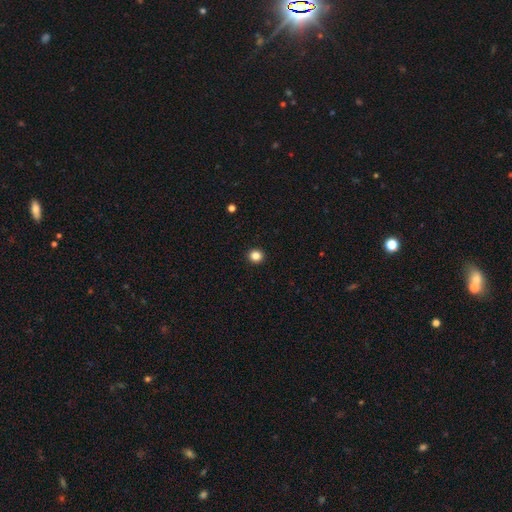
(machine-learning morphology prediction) Smooth or featured: smooth — 85% (star or artifact — 12%)
How rounded: round — 92% (in between — 7%)
Merging: none — 94% (minor disturbance — 4%)